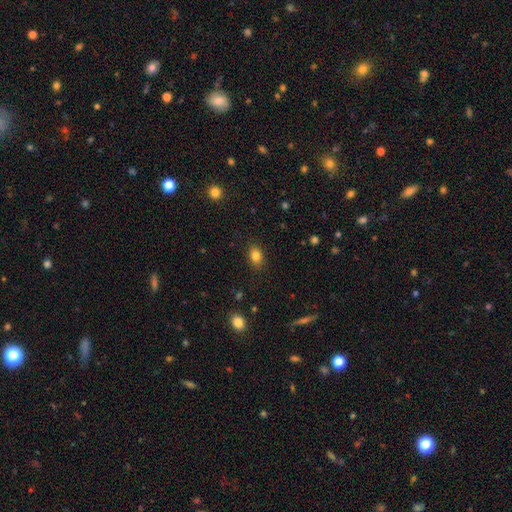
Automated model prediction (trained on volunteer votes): Overall: smooth (84%). How rounded: in between (76%). Merging: none (87%).